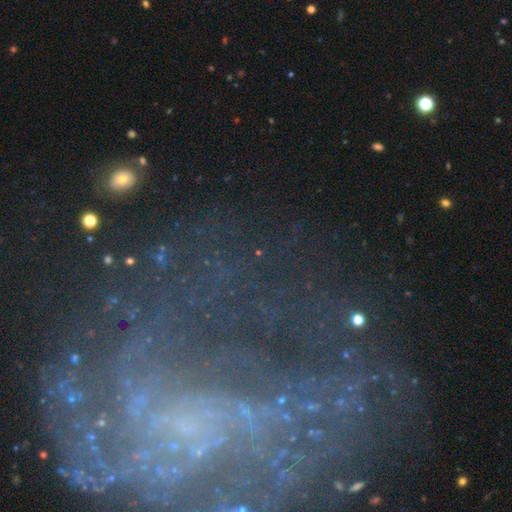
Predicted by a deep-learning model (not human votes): This is likely a featured or disk galaxy (71%). It is clearly not viewed edge-on (97%). Bar: possibly no (59%). Spiral arm pattern: clearly yes (82%). Spiral arm count: marginally can't tell (36%). Spiral winding: possibly tight (51%). Central bulge: possibly small (47%). Merging: likely none (64%).